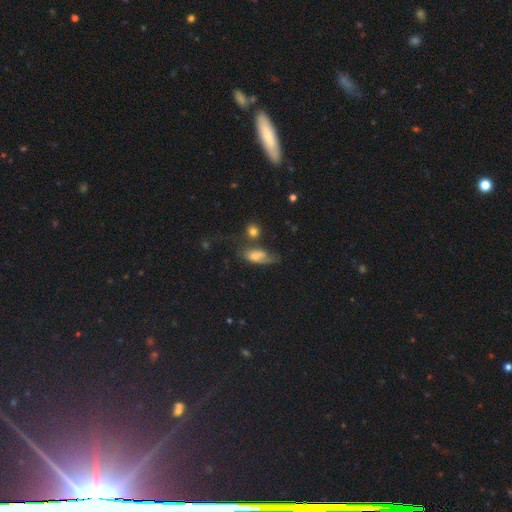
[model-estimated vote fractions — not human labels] smooth 54%, featured or disk 31%, star or artifact 15%. Down the decision tree: how rounded — in between (75%); merging — none (34%).